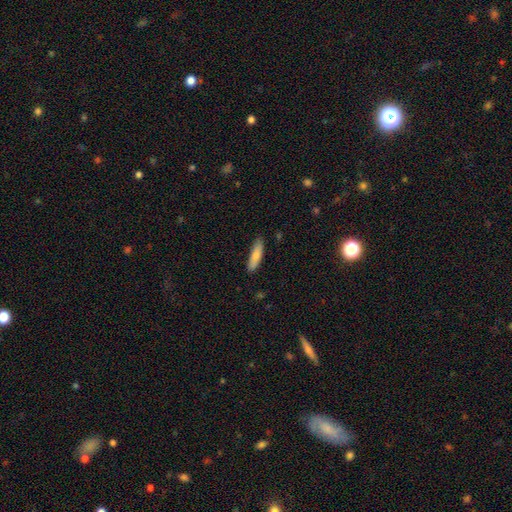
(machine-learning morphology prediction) smooth-or-featured: smooth: 81% | featured or disk: 13% | star or artifact: 6%
  how-rounded: cigar-shaped: 72% | in between: 27% | round: 1%
  merging: none: 85% | minor disturbance: 12% | major disturbance: 2% | merger: 1%